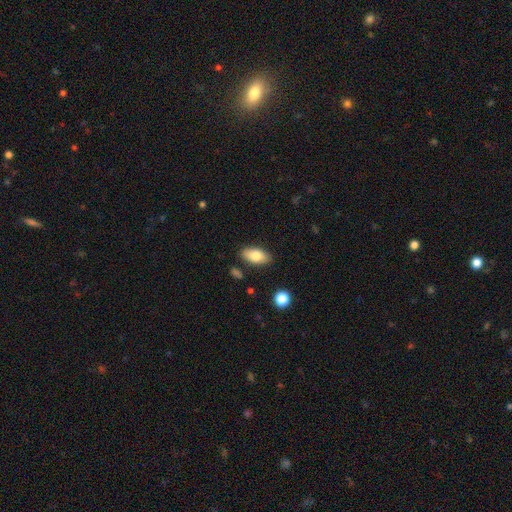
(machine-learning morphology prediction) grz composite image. It shows a smooth galaxy with no disk features (79%) that is in between round and cigar-shaped (91%). Merging: none (85%).